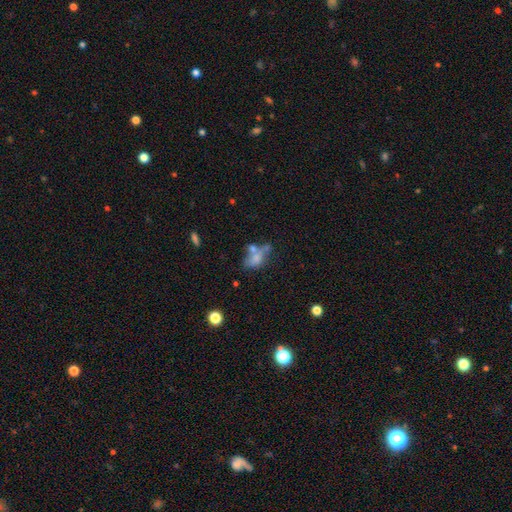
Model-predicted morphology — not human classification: smooth 57%, featured or disk 29%, star or artifact 13%. Down the decision tree: how rounded — in between (76%); merging — merger (39%).